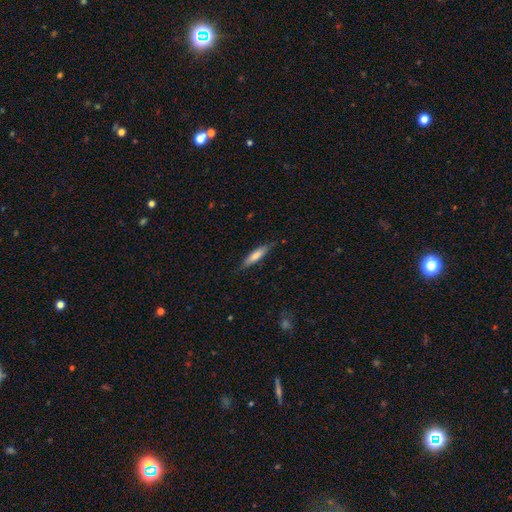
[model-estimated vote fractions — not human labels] This appears to be a smooth galaxy with no disk features (68%) that is cigar-shaped (78%). Merging: none (82%).